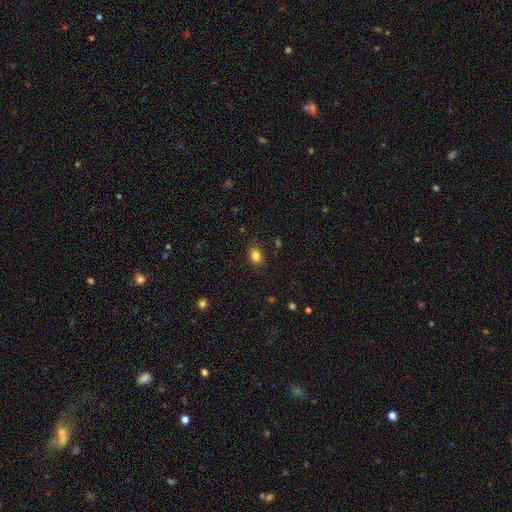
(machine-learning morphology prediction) A smooth galaxy with no disk features (83%) that is in between round and cigar-shaped (67%). Merging: none (85%).